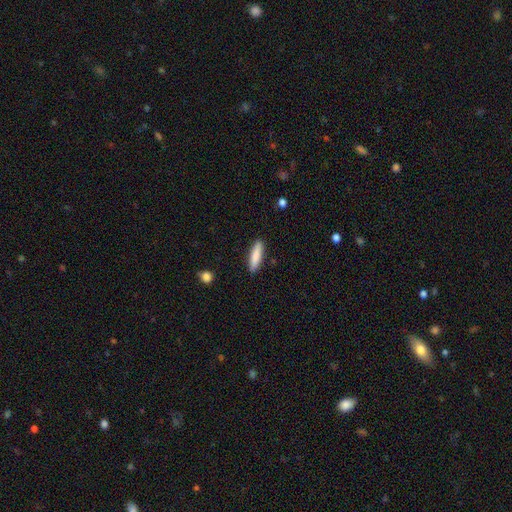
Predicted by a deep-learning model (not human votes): This is clearly a smooth galaxy (84%). How rounded: likely cigar-shaped (78%). Merging: clearly none (89%).